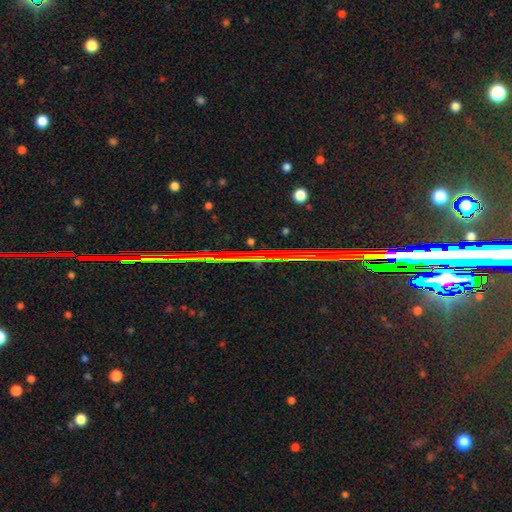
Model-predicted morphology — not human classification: A star or artifact, not a galaxy (87%).

Vote fractions:
- Smooth or featured? star or artifact: 87% / featured or disk: 7% / smooth: 6%